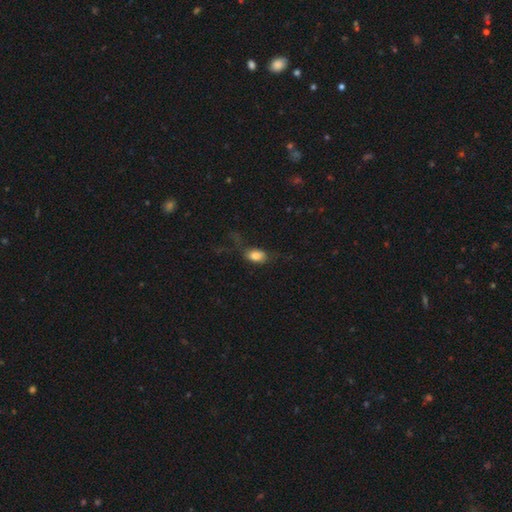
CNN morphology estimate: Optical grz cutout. It shows a smooth galaxy with no disk features (80%) that is in between round and cigar-shaped (86%). Merging: none (40%).